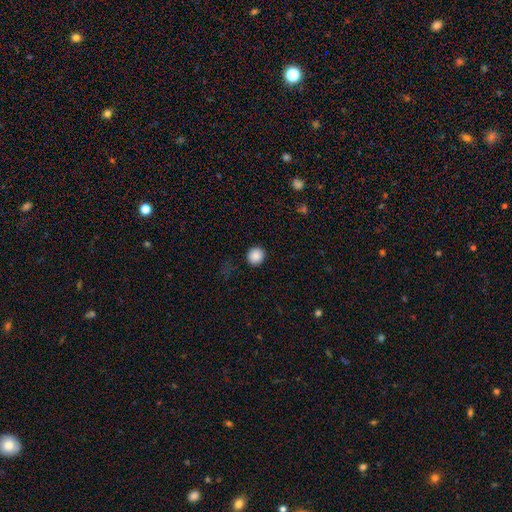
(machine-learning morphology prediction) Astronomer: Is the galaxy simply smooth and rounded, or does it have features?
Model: smooth — 87%.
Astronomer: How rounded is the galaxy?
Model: round — 90%.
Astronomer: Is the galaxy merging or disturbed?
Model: none — 91%.